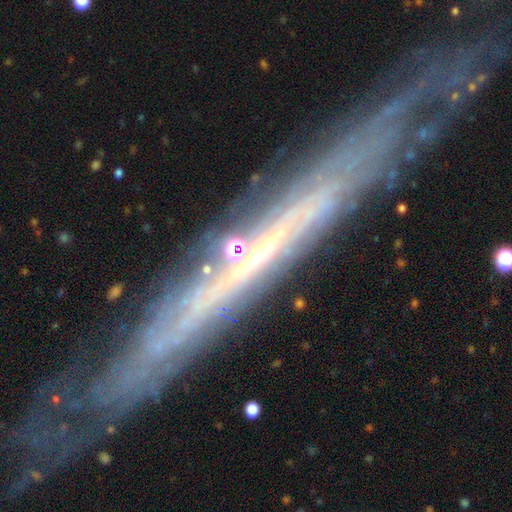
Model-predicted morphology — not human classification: Overall: featured or disk (75%). Edge-on disk: yes (87%). Edge-on bulge: none (71%). Merging: none (77%).